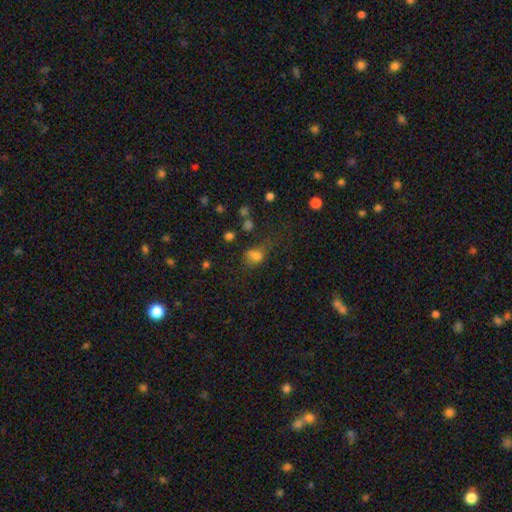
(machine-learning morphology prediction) smooth-or-featured: smooth: 70% | star or artifact: 18% | featured or disk: 12%
  how-rounded: in between: 52% | round: 46% | cigar-shaped: 3%
  merging: none: 42% | minor disturbance: 25% | major disturbance: 24% | merger: 9%